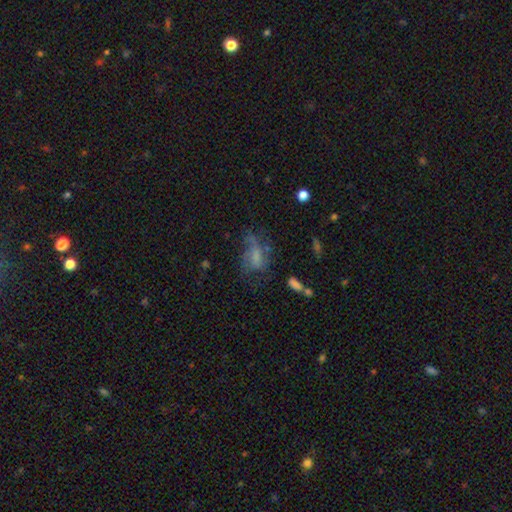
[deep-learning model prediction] This is possibly a featured or disk galaxy (48%). Merging: marginally major disturbance (37%).